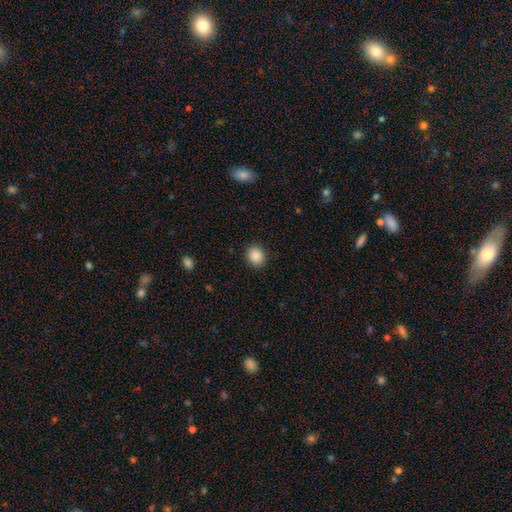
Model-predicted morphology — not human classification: Smooth or featured?
  - smooth: 88% *
  - star or artifact: 9%
  - featured or disk: 3%
How rounded?
  - round: 72% *
  - in between: 28%
  - cigar-shaped: 1%
Merging?
  - none: 90% *
  - minor disturbance: 7%
  - major disturbance: 2%
  - merger: 1%